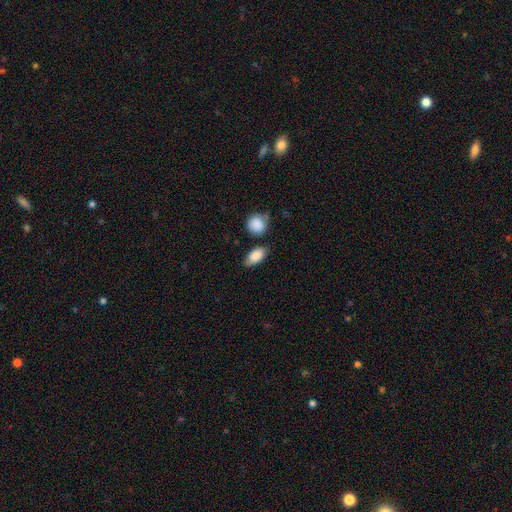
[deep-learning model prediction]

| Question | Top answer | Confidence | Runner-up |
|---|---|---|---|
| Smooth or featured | smooth | 86% | featured or disk (8%) |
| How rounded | in between | 89% | round (6%) |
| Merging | none | 66% | minor disturbance (21%) |